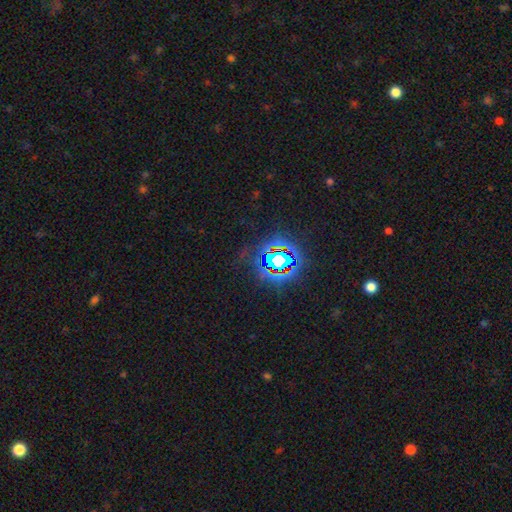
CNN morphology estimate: Overall: star or artifact (78%).